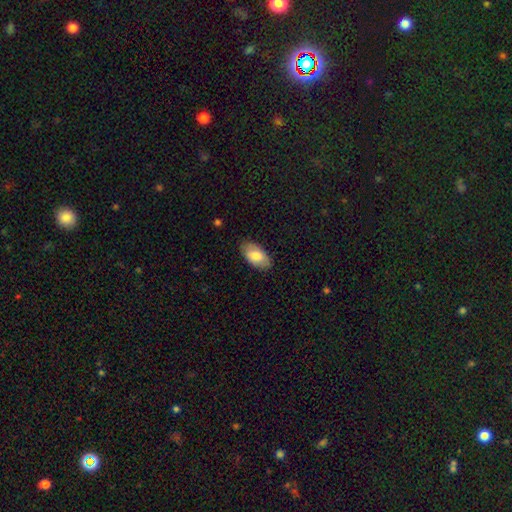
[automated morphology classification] Overall: smooth (74%). How rounded: in between (95%). Merging: none (84%).